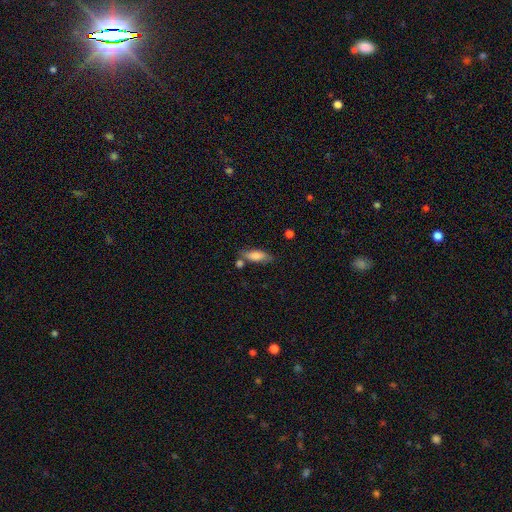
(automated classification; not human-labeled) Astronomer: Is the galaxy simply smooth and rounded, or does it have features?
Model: smooth — 77%.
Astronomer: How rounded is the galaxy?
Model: in between — 66%.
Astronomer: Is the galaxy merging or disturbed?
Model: none — 66%.